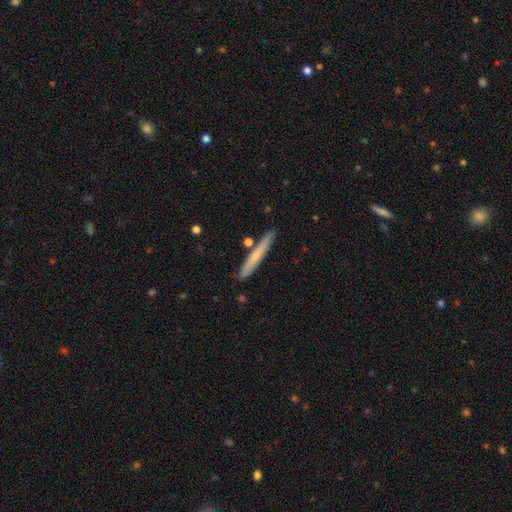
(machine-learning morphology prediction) Smooth or featured? smooth (62%)
How rounded? cigar-shaped (96%)
Merging? none (86%)